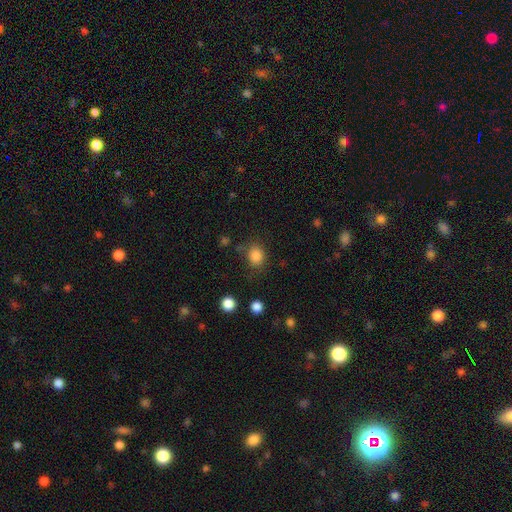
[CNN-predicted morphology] Smooth or featured? Predicted: smooth (p=0.85). How rounded? Predicted: round (p=0.65). Merging? Predicted: none (p=0.78).